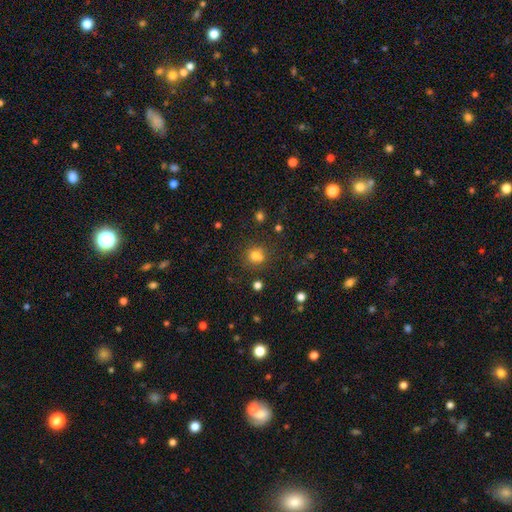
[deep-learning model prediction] Smooth or featured? smooth (73%)
How rounded? round (82%)
Merging? none (60%)